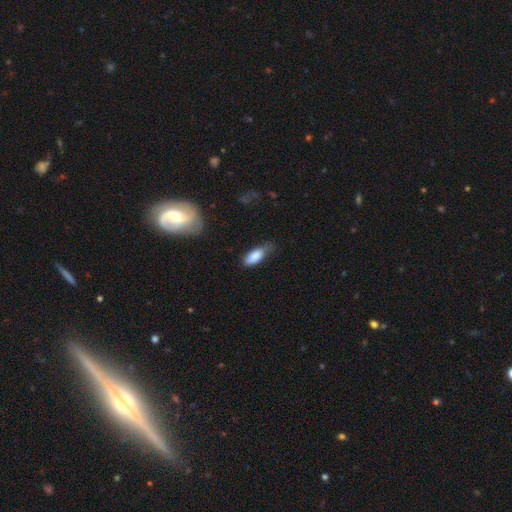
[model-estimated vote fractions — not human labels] smooth_or_featured: smooth (p=0.84) [alt: featured or disk p=0.09]
how_rounded: in between (p=0.79) [alt: cigar-shaped p=0.19]
merging: none (p=0.48) [alt: minor disturbance p=0.38]